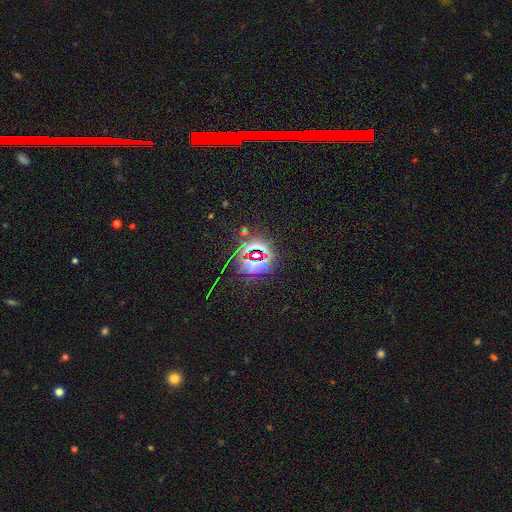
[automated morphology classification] star or artifact 80%, smooth 12%, featured or disk 8%.